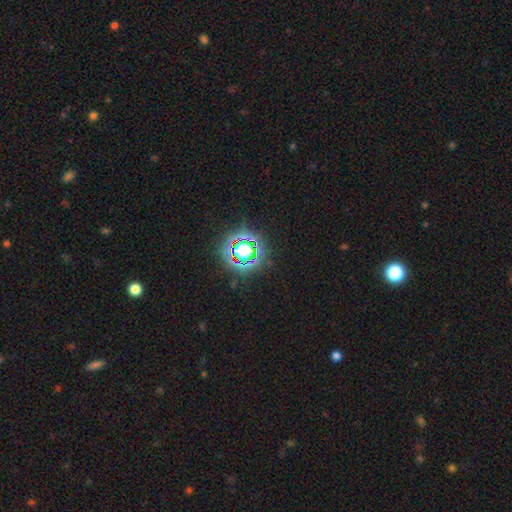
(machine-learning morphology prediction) Smooth or featured? Predicted: star or artifact (p=0.80).